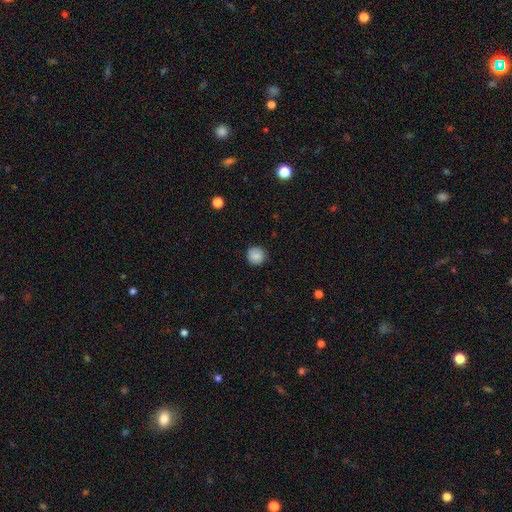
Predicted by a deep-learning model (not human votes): The model was most divided on "smooth or featured": smooth: 86%, star or artifact: 9%, featured or disk: 5%. More confident: how rounded — round (94%); merging — none (89%).